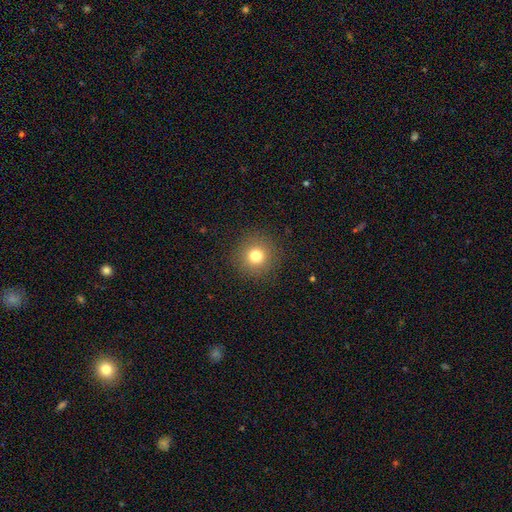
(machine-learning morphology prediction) Q: Smooth or featured?
A: smooth (78%); runner-up: star or artifact (14%)
Q: How rounded?
A: round (95%); runner-up: in between (4%)
Q: Merging?
A: none (91%); runner-up: minor disturbance (6%)